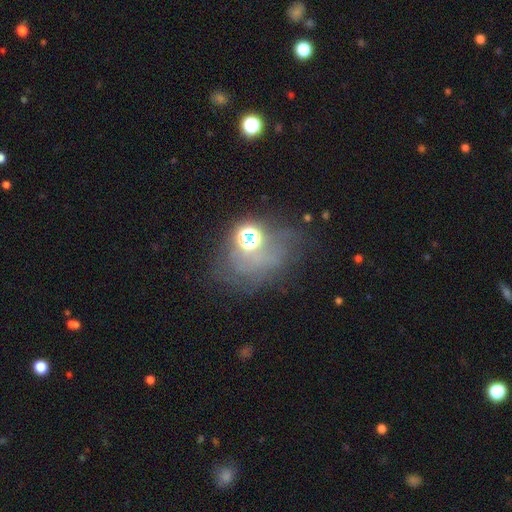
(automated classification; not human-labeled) This appears to be a star or artifact, not a galaxy (41%).